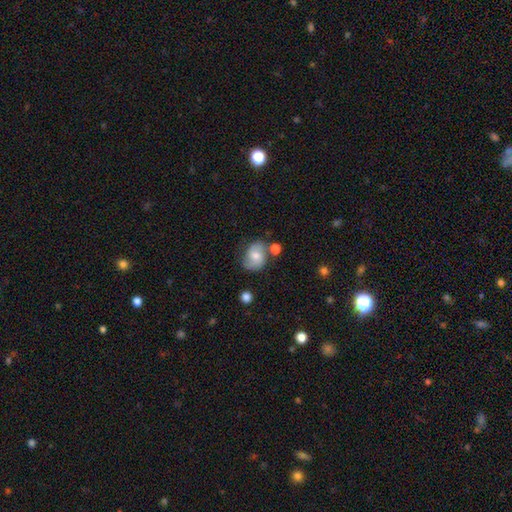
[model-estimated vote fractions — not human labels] Q: Smooth or featured?
A: smooth (46%); tied with: featured or disk (46%)
Q: Merging?
A: none (62%); runner-up: minor disturbance (21%)